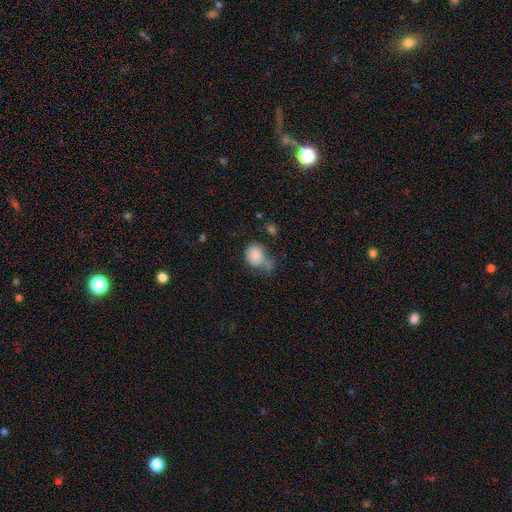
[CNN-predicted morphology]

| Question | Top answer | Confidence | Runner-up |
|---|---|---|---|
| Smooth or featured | smooth | 82% | featured or disk (10%) |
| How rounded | round | 60% | in between (39%) |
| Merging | none | 42% | merger (23%) |